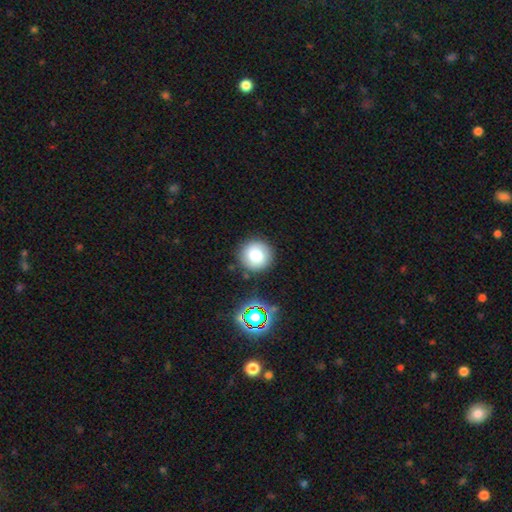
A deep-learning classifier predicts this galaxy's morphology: smooth-or-featured: smooth: 75% | featured or disk: 13% | star or artifact: 13%
  how-rounded: round: 94% | in between: 5% | cigar-shaped: 1%
  merging: none: 87% | minor disturbance: 8% | merger: 3% | major disturbance: 3%